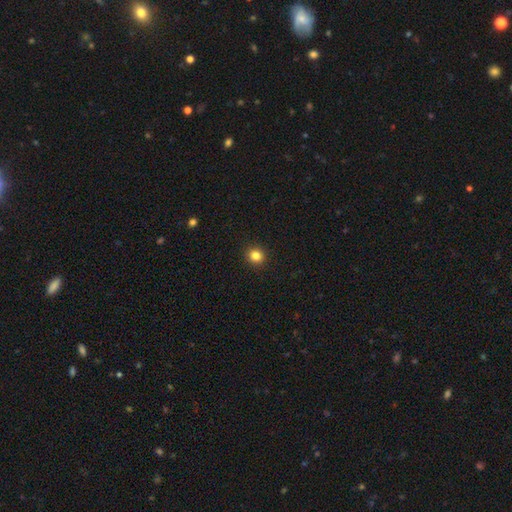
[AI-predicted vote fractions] This is clearly a smooth galaxy (83%). How rounded: clearly round (88%). Merging: clearly none (93%).